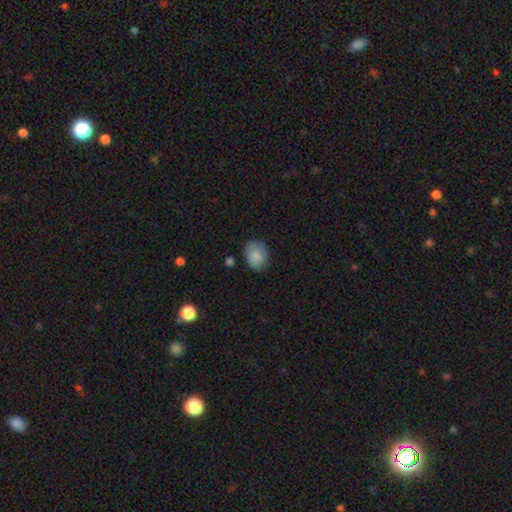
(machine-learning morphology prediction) smooth-or-featured: smooth: 84% | featured or disk: 9% | star or artifact: 8%
  how-rounded: in between: 57% | round: 42% | cigar-shaped: 1%
  merging: none: 72% | minor disturbance: 21% | major disturbance: 4% | merger: 2%